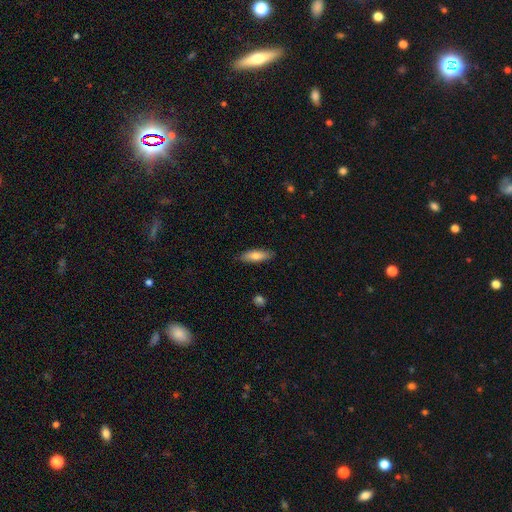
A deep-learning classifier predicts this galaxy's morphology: The model was most divided on "how rounded": cigar-shaped: 52%, in between: 47%, round: 2%. More confident: merging — none (87%); smooth or featured — smooth (73%).